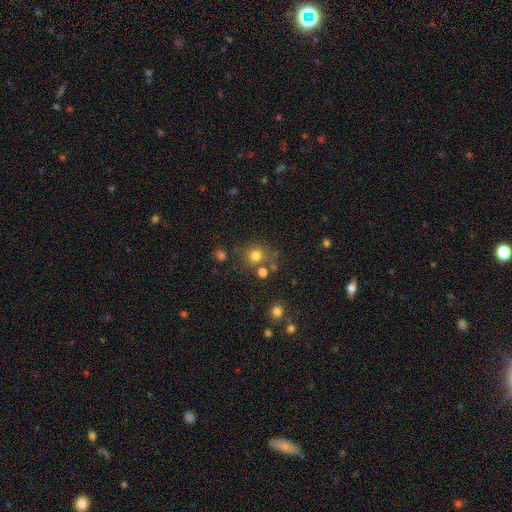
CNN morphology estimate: This appears to be a smooth galaxy with no disk features (76%) that is round (87%). Merging: none (72%).